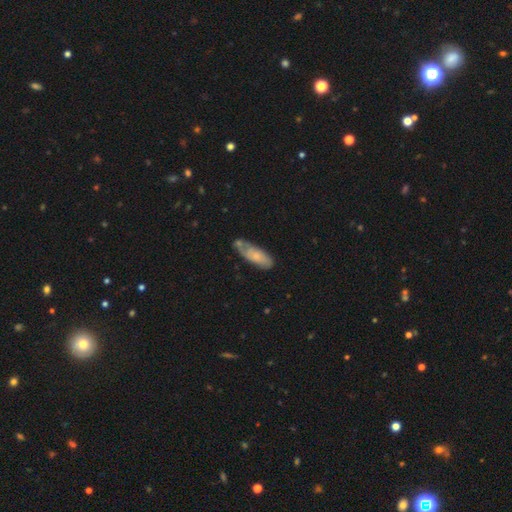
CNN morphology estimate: The model was most divided on "merging": none: 47%, minor disturbance: 32%, major disturbance: 11%, merger: 10%. More confident: how rounded — in between (67%); smooth or featured — smooth (60%).